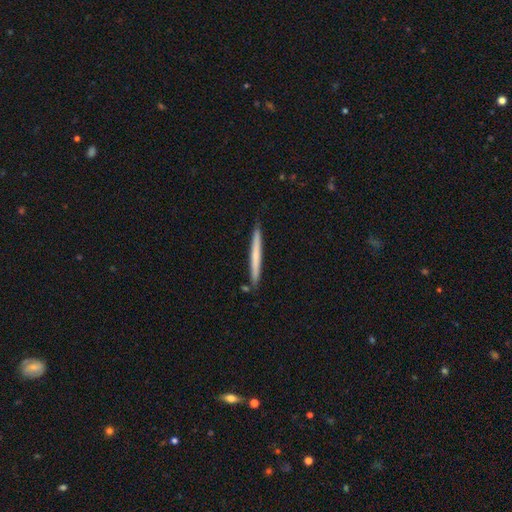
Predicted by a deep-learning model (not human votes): Smooth or featured? Predicted: smooth (p=0.59). How rounded? Predicted: cigar-shaped (p=0.97). Merging? Predicted: none (p=0.89).